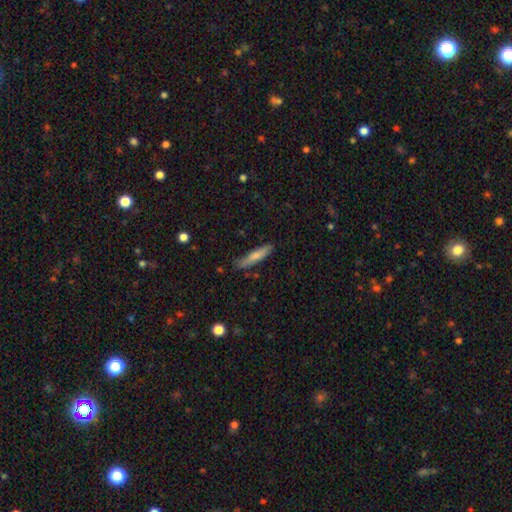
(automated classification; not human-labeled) smooth 77%, featured or disk 17%, star or artifact 6%. Down the decision tree: how rounded — cigar-shaped (84%); merging — none (77%).